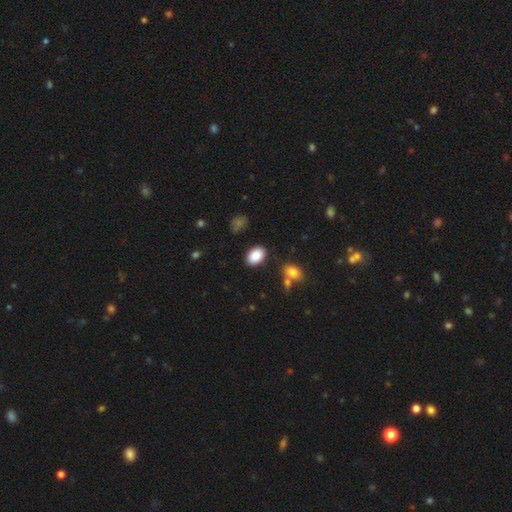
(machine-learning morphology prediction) Overall: smooth (88%). How rounded: in between (87%). Merging: none (85%).